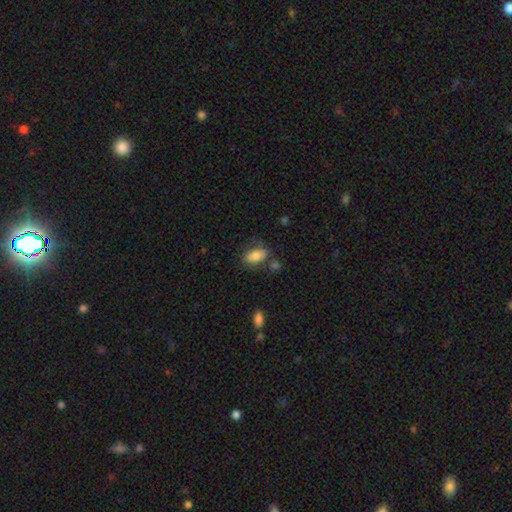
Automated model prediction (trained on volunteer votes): A smooth galaxy with no disk features (83%) that is in between round and cigar-shaped (91%). Merging: none (65%).